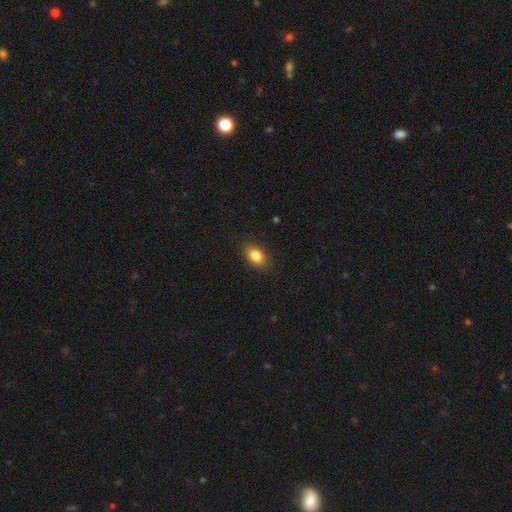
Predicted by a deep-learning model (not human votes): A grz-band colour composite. It shows a smooth galaxy with no disk features (84%) that is in between round and cigar-shaped (82%). Merging: none (86%).